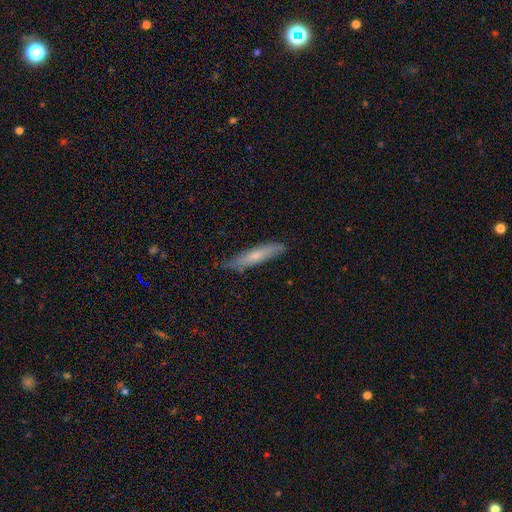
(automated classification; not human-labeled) Q: Smooth or featured?
A: smooth (60%); runner-up: featured or disk (34%)
Q: How rounded?
A: cigar-shaped (88%); runner-up: in between (11%)
Q: Merging?
A: none (78%); runner-up: minor disturbance (18%)